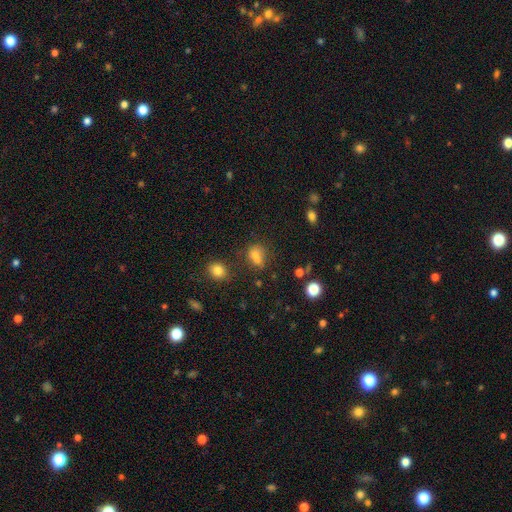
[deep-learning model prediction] Smooth or featured? smooth (69%)
How rounded? round (60%)
Merging? none (45%)